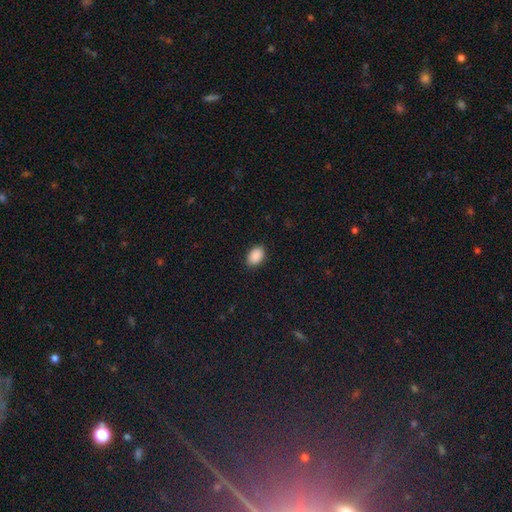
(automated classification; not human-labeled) Smooth or featured?
  - smooth: 90% *
  - star or artifact: 7%
  - featured or disk: 3%
How rounded?
  - in between: 86% *
  - round: 13%
  - cigar-shaped: 1%
Merging?
  - none: 89% *
  - minor disturbance: 8%
  - major disturbance: 2%
  - merger: 1%